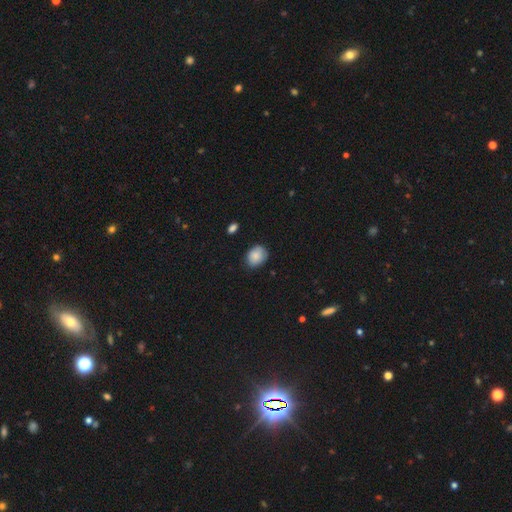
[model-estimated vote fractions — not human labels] smooth-or-featured: smooth: 84% | featured or disk: 8% | star or artifact: 8%
  how-rounded: in between: 51% | round: 48% | cigar-shaped: 1%
  merging: none: 78% | minor disturbance: 18% | major disturbance: 3% | merger: 1%